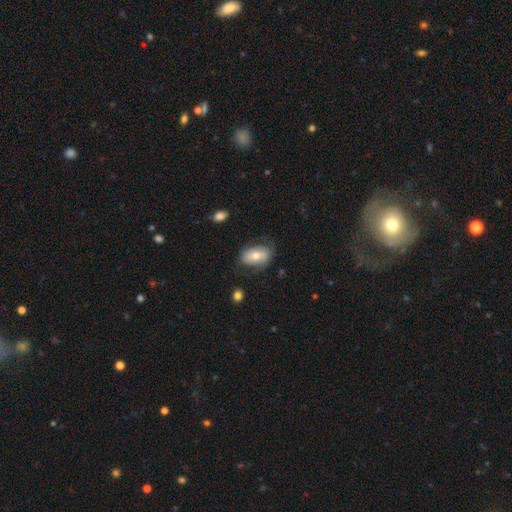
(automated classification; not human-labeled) This is likely a smooth galaxy (64%). How rounded: clearly in between (89%). Merging: likely none (65%).